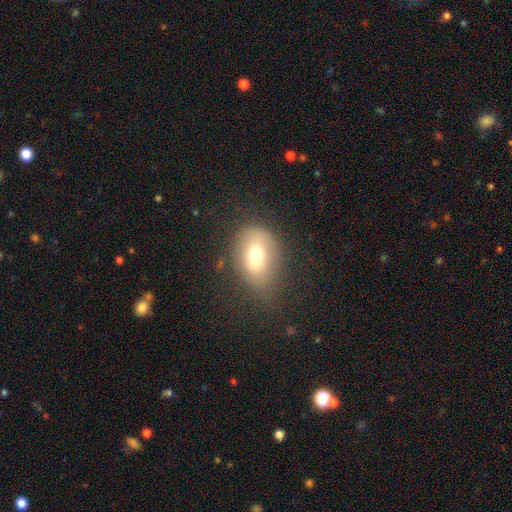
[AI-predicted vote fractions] A smooth galaxy with no disk features (69%) that is in between round and cigar-shaped (74%).

Vote fractions:
- Smooth or featured? smooth: 69% / featured or disk: 21% / star or artifact: 11%
- How rounded? in between: 74% / round: 24% / cigar-shaped: 2%
- Merging? none: 59% / minor disturbance: 26% / major disturbance: 13% / merger: 2%